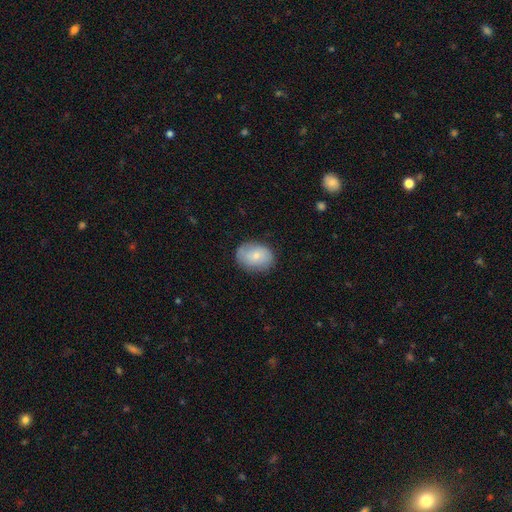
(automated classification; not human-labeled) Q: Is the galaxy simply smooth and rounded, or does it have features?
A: smooth — 68%.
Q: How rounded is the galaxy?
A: in between — 65%.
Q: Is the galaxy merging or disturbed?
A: none — 80%.